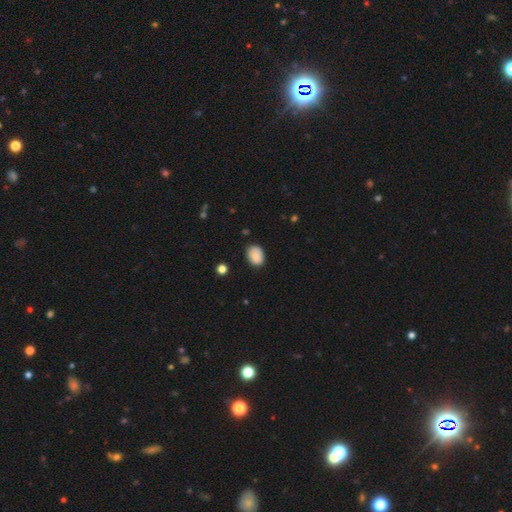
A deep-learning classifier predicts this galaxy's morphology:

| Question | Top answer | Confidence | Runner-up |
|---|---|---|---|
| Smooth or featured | smooth | 87% | star or artifact (8%) |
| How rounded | in between | 76% | round (23%) |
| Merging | none | 79% | minor disturbance (16%) |